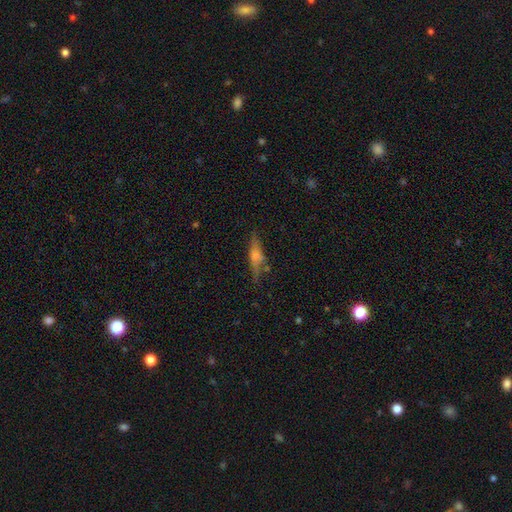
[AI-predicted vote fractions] The model was most divided on "smooth or featured": featured or disk: 48%, smooth: 41%, star or artifact: 10%. More confident: merging — none (69%).